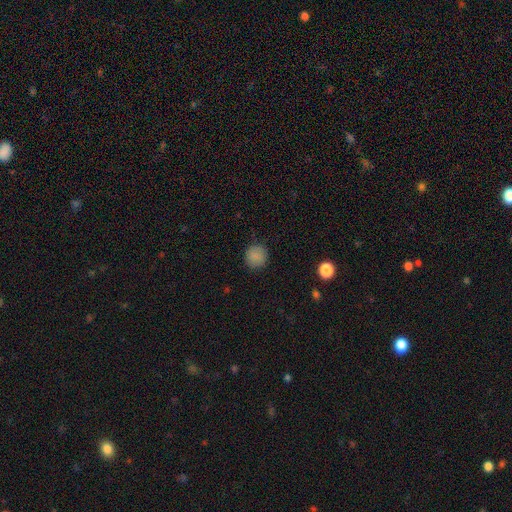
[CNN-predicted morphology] A smooth galaxy with no disk features (86%) that is round (92%). Merging: none (89%).